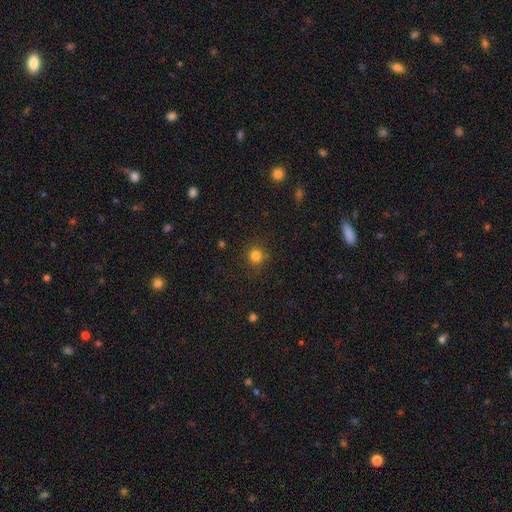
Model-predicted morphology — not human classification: type=smooth (81%); roundness=round (89%); merging=none (84%).